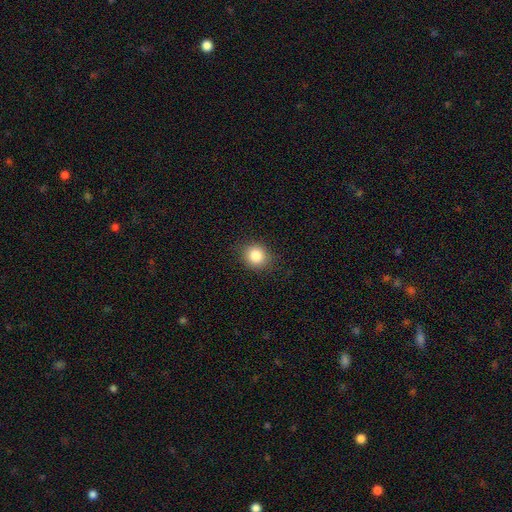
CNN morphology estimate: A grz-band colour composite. It shows a smooth galaxy with no disk features (85%) that is round (78%). Merging: none (87%).